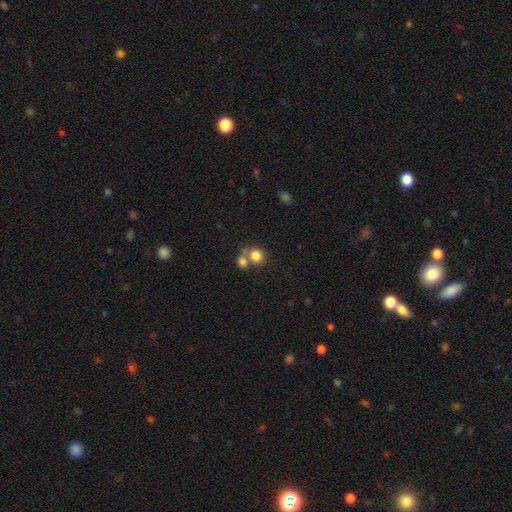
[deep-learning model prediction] The model was most divided on "merging": merger: 47%, none: 40%, minor disturbance: 8%, major disturbance: 4%. More confident: smooth or featured — smooth (81%); how rounded — round (65%).